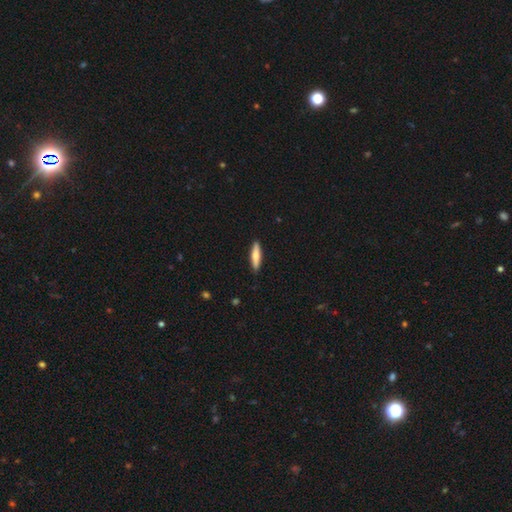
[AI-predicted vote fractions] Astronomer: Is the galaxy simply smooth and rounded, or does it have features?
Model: smooth — 66%.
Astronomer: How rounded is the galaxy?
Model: cigar-shaped — 78%.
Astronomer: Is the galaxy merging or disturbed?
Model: none — 90%.